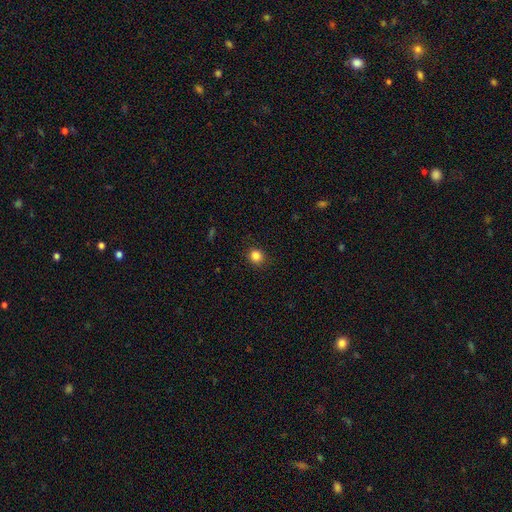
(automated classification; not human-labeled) smooth 84%, star or artifact 12%, featured or disk 4%. Down the decision tree: how rounded — round (88%); merging — none (90%).